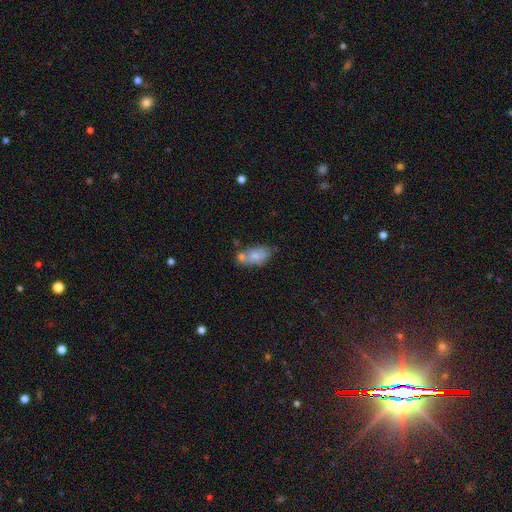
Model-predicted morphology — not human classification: Smooth or featured: smooth — 73% (featured or disk — 20%)
How rounded: in between — 89% (round — 5%)
Merging: none — 44% (merger — 29%)